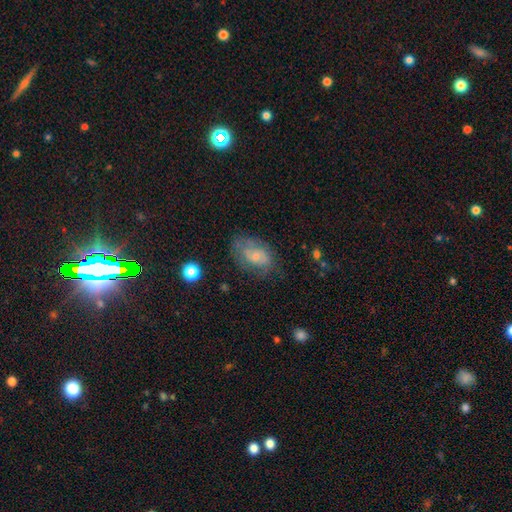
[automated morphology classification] Smooth or featured? featured or disk (48%)
Merging? none (55%)